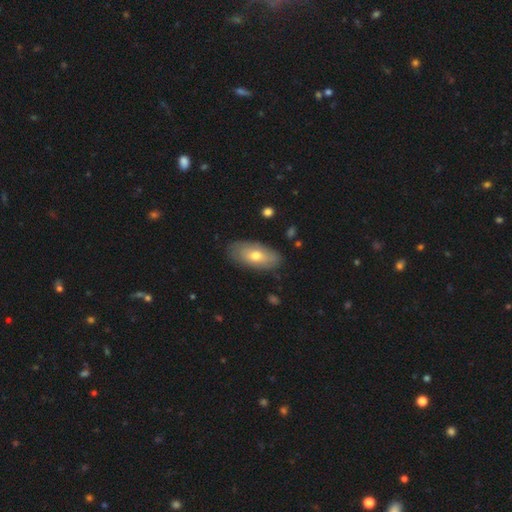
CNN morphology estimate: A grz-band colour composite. It shows a smooth galaxy with no disk features (66%) that is in between round and cigar-shaped (90%). Merging: none (82%).